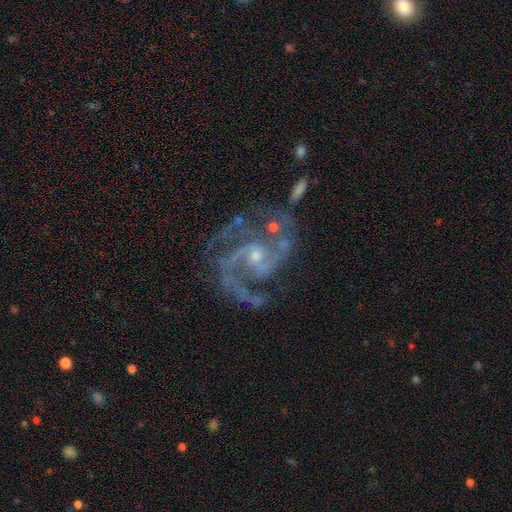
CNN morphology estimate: featured or disk 90%, star or artifact 7%, smooth 3%. Down the decision tree: edge-on disk — no (98%); bar — no (49%); spiral arms — yes (98%); spiral arm count — 2 (59%); spiral winding — medium (59%); bulge size — small (68%); merging — none (59%).